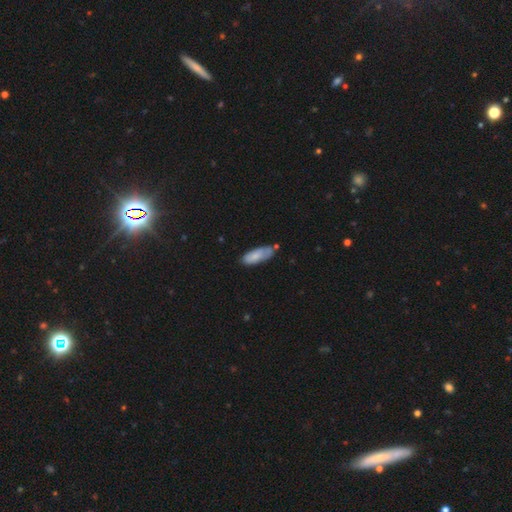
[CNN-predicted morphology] A smooth galaxy with no disk features (75%) that is in between round and cigar-shaped (73%).

Vote fractions:
- Smooth or featured? smooth: 75% / featured or disk: 19% / star or artifact: 6%
- How rounded? in between: 73% / cigar-shaped: 25% / round: 2%
- Merging? none: 61% / minor disturbance: 28% / major disturbance: 6% / merger: 6%